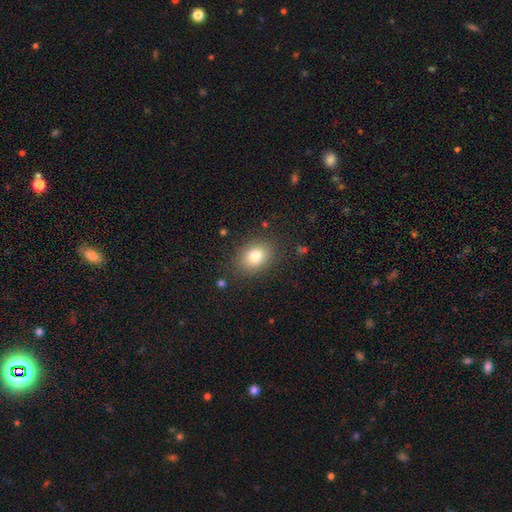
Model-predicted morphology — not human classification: smooth-or-featured: smooth: 81% | star or artifact: 10% | featured or disk: 9%
  how-rounded: in between: 60% | round: 39% | cigar-shaped: 1%
  merging: none: 84% | minor disturbance: 11% | major disturbance: 4% | merger: 1%